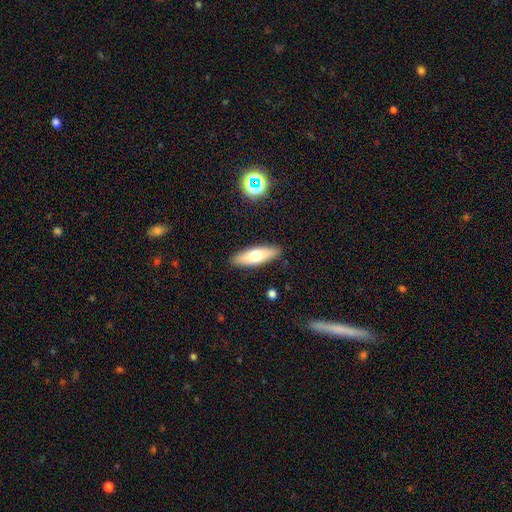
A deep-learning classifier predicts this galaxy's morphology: This is likely a smooth galaxy (64%). How rounded: possibly in between (52%). Merging: clearly none (89%).